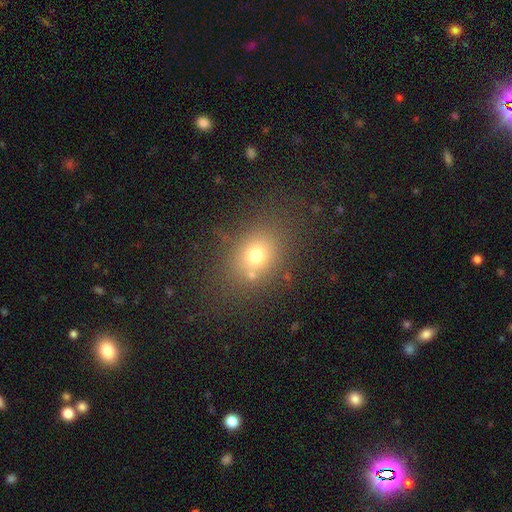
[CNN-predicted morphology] Smooth or featured? smooth (72%)
How rounded? in between (54%)
Merging? none (74%)